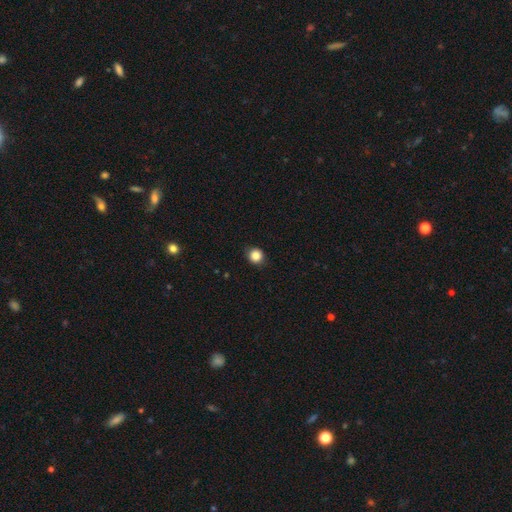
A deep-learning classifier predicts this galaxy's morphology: Smooth or featured?
  - smooth: 85% *
  - star or artifact: 11%
  - featured or disk: 4%
How rounded?
  - round: 90% *
  - in between: 9%
  - cigar-shaped: 1%
Merging?
  - none: 89% *
  - minor disturbance: 8%
  - major disturbance: 2%
  - merger: 1%